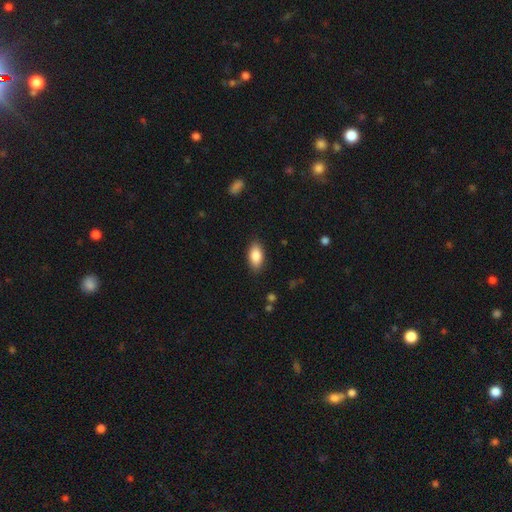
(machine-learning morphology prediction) smooth-or-featured: smooth: 87% | featured or disk: 7% | star or artifact: 7%
  how-rounded: in between: 92% | cigar-shaped: 5% | round: 3%
  merging: none: 87% | minor disturbance: 10% | major disturbance: 2% | merger: 1%